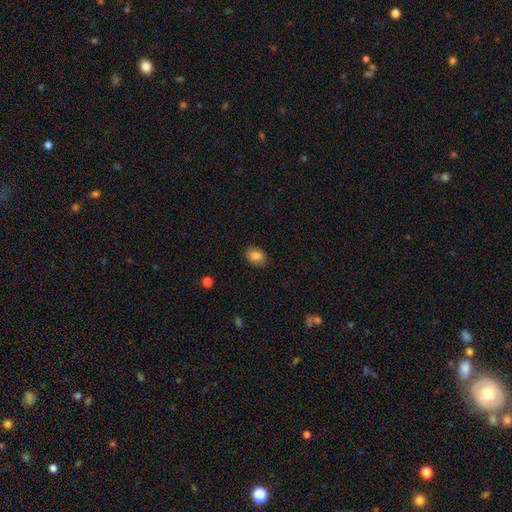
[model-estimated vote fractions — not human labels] Smooth or featured?
  - smooth: 84% *
  - star or artifact: 9%
  - featured or disk: 7%
How rounded?
  - in between: 62% *
  - round: 37%
  - cigar-shaped: 1%
Merging?
  - none: 86% *
  - minor disturbance: 10%
  - major disturbance: 2%
  - merger: 1%